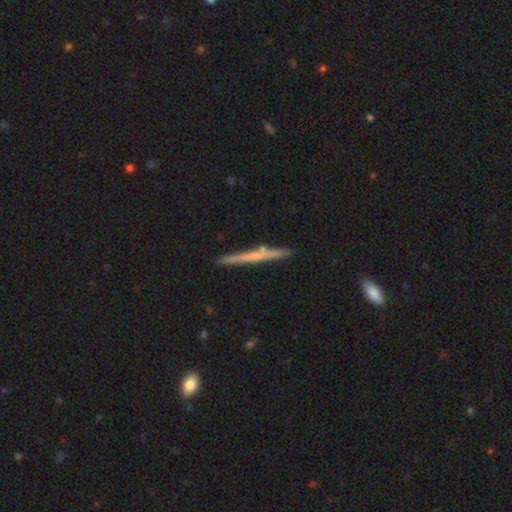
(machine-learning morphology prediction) This is possibly a featured or disk galaxy (52%). It is clearly viewed edge-on (97%). Edge-on bulge: likely none (76%). Merging: clearly none (87%).